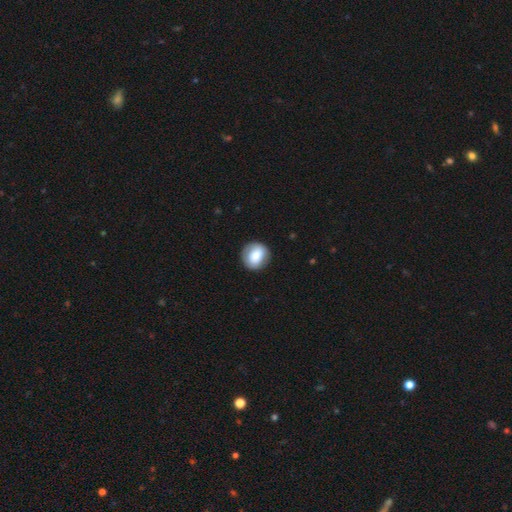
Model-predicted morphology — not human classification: smooth-or-featured: smooth: 72% | featured or disk: 21% | star or artifact: 7%
  how-rounded: round: 81% | in between: 18% | cigar-shaped: 1%
  merging: none: 85% | minor disturbance: 11% | major disturbance: 3% | merger: 1%